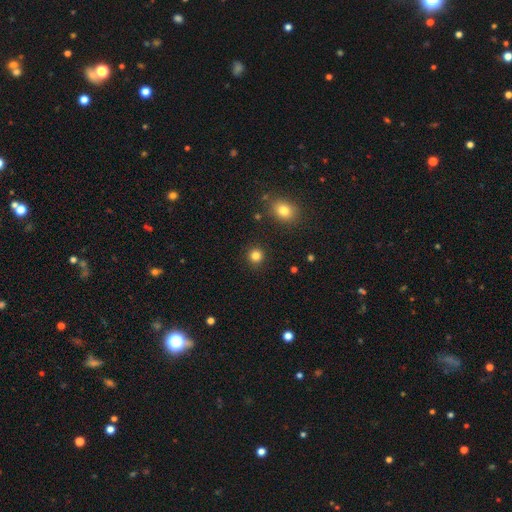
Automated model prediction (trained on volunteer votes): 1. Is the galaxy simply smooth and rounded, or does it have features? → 83% smooth, 13% star or artifact, 4% featured or disk.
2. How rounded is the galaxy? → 92% round, 7% in between, 1% cigar-shaped.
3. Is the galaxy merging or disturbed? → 91% none, 6% minor disturbance, 2% major disturbance, 2% merger.